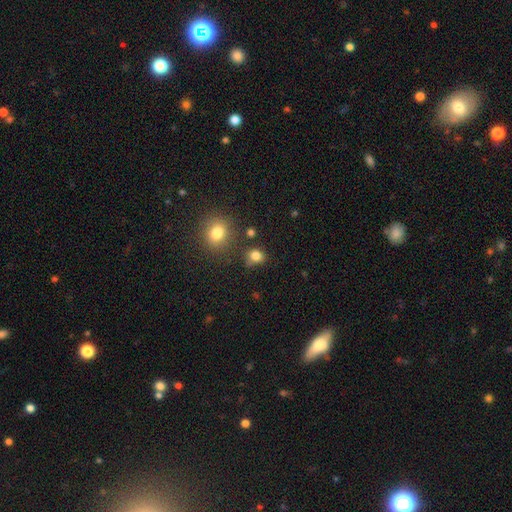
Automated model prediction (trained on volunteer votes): Smooth or featured? smooth (81%)
How rounded? round (67%)
Merging? none (69%)